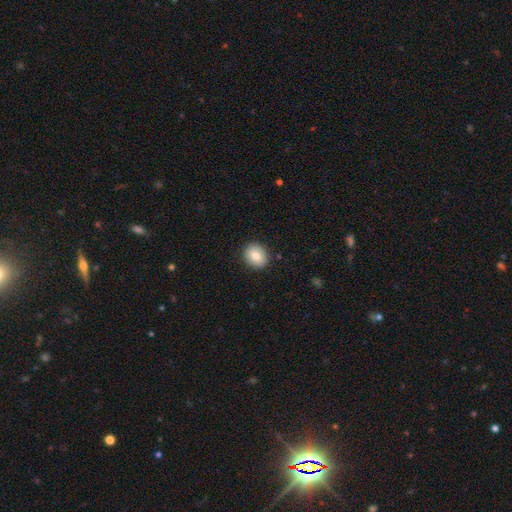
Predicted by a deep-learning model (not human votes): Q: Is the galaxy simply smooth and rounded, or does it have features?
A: smooth — 81%.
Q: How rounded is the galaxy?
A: round — 68%.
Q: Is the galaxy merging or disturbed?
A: none — 89%.